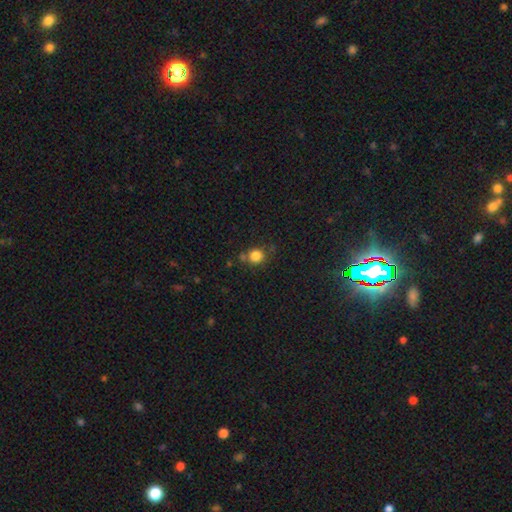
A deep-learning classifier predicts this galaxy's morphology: Smooth or featured? Predicted: smooth (p=0.82). How rounded? Predicted: round (p=0.88). Merging? Predicted: none (p=0.70).